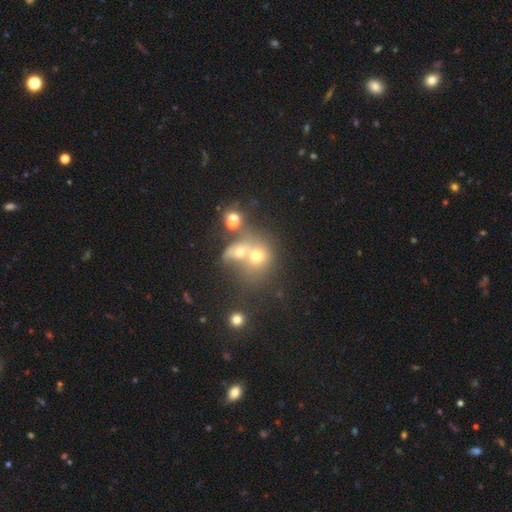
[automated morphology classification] A smooth galaxy with no disk features (53%) that is round (71%).

Vote fractions:
- Smooth or featured? smooth: 53% / featured or disk: 24% / star or artifact: 23%
- How rounded? round: 71% / in between: 28% / cigar-shaped: 1%
- Merging? merger: 60% / none: 25% / minor disturbance: 7% / major disturbance: 7%